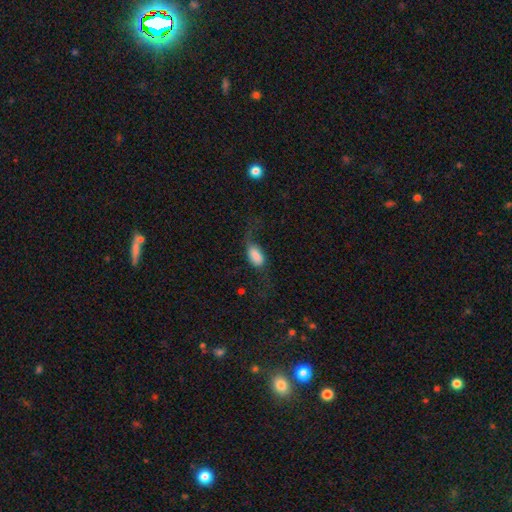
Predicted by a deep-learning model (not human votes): This is likely a smooth galaxy (68%). How rounded: clearly in between (92%). Merging: marginally major disturbance (37%).